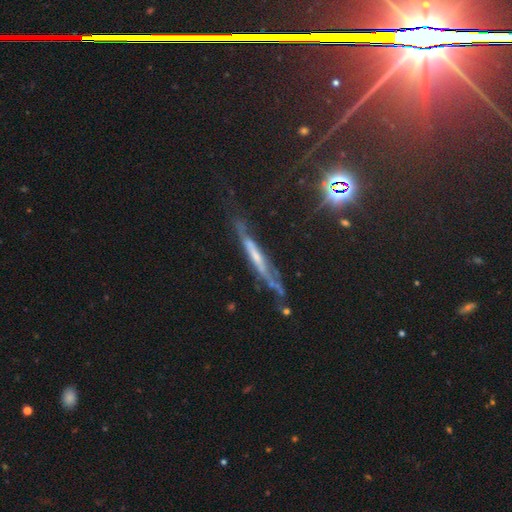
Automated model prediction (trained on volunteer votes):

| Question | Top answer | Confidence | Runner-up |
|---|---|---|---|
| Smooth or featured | featured or disk | 66% | smooth (21%) |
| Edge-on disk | yes | 79% | no (21%) |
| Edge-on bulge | none | 55% | rounded (28%) |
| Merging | none | 56% | minor disturbance (28%) |